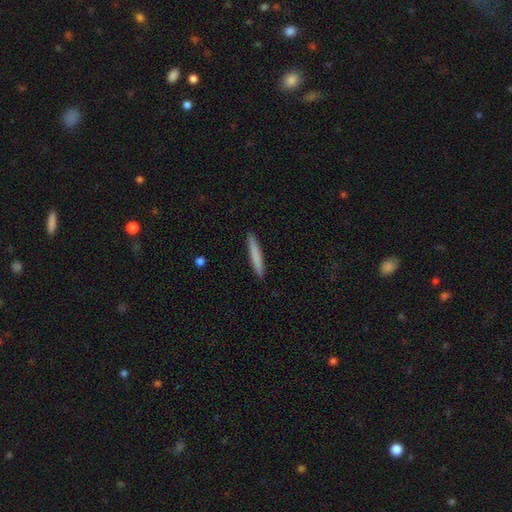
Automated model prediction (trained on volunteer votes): Smooth or featured: smooth — 78% (featured or disk — 17%)
How rounded: cigar-shaped — 95% (in between — 3%)
Merging: none — 92% (minor disturbance — 6%)